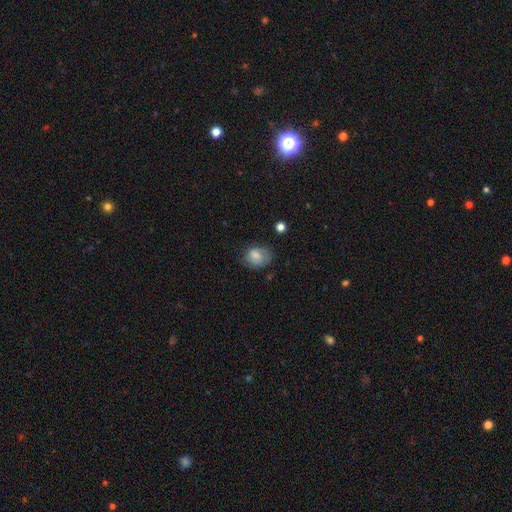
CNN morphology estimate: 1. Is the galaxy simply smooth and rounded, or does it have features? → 73% smooth, 18% featured or disk, 9% star or artifact.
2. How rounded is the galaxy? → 52% in between, 47% round, 1% cigar-shaped.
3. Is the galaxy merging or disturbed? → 57% none, 29% minor disturbance, 12% major disturbance, 2% merger.